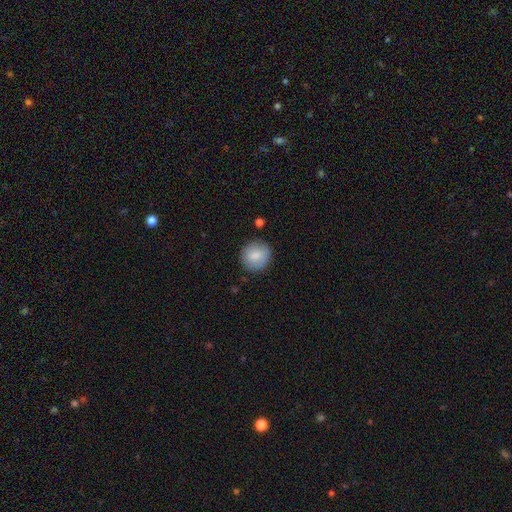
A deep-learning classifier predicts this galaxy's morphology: Q: Smooth or featured?
A: smooth (82%); runner-up: featured or disk (11%)
Q: How rounded?
A: round (88%); runner-up: in between (11%)
Q: Merging?
A: none (85%); runner-up: minor disturbance (10%)